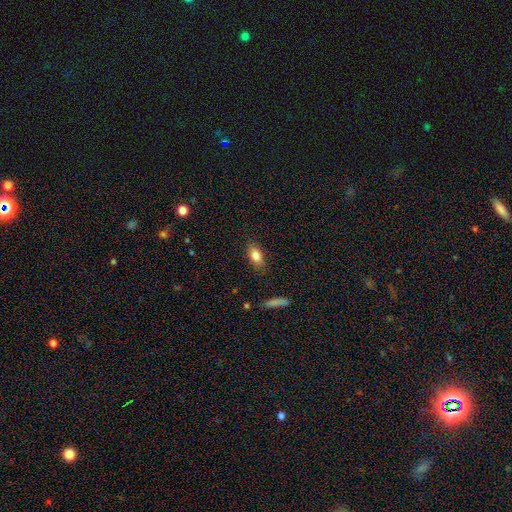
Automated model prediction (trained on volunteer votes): Overall: smooth (82%). How rounded: in between (84%). Merging: none (83%).